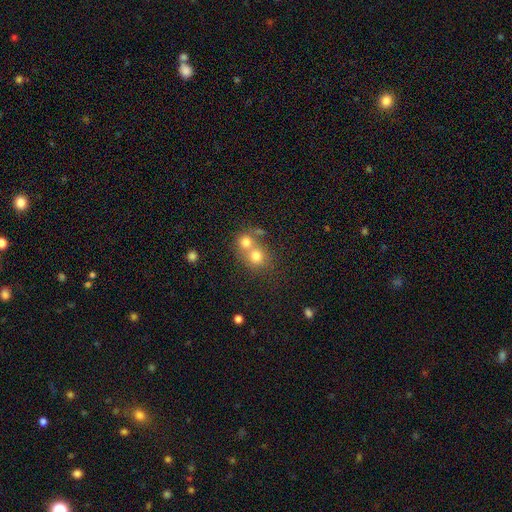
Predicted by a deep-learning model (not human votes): A smooth galaxy with no disk features (74%) that is round (83%).

Vote fractions:
- Smooth or featured? smooth: 74% / featured or disk: 14% / star or artifact: 13%
- How rounded? round: 83% / in between: 16% / cigar-shaped: 1%
- Merging? merger: 55% / none: 37% / minor disturbance: 5% / major disturbance: 3%